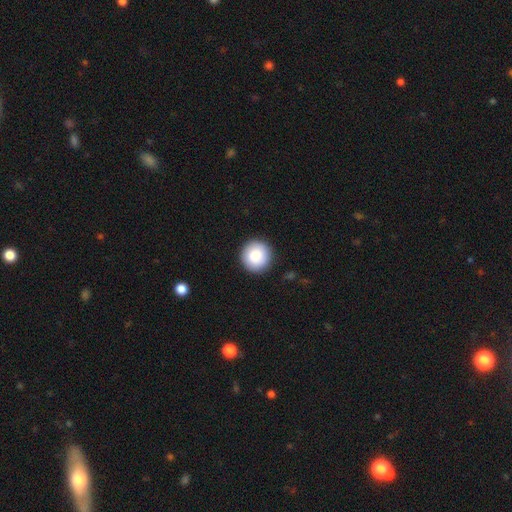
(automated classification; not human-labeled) Morphology: type=smooth (87%); roundness=round (96%); merging=none (92%).